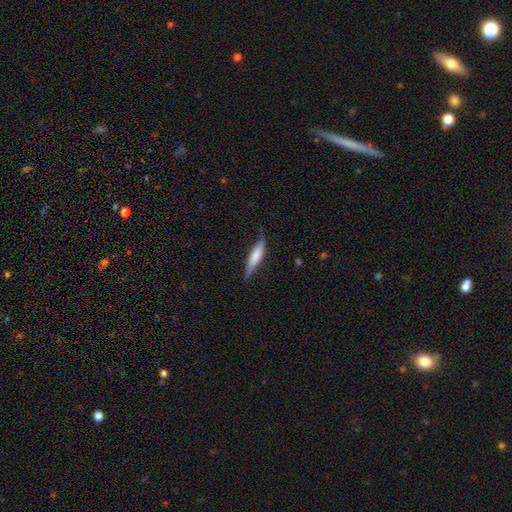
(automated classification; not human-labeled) smooth 52%, featured or disk 43%, star or artifact 6%. Down the decision tree: how rounded — cigar-shaped (84%); merging — none (68%).